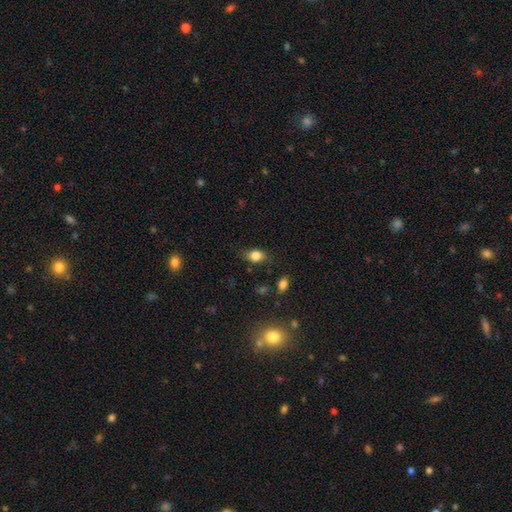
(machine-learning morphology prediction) Overall: smooth (79%). How rounded: in between (72%). Merging: none (71%).